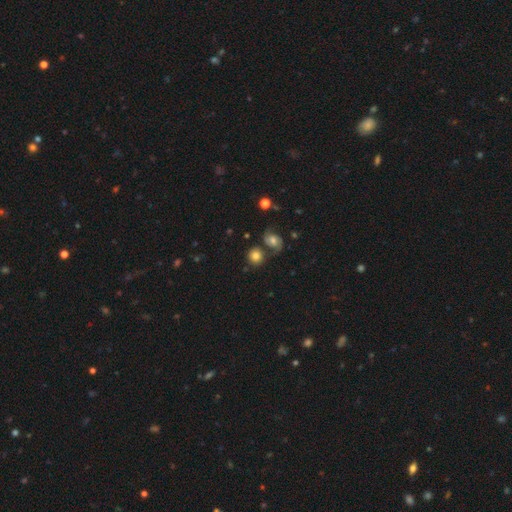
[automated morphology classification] A smooth galaxy with no disk features (74%) that is round (85%). Merging: none (59%).